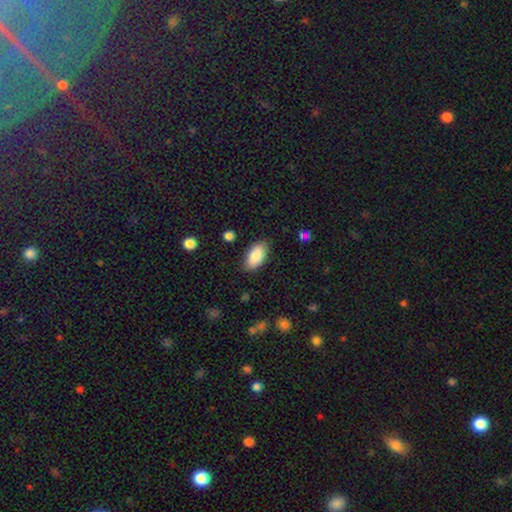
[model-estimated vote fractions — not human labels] Morphology: type=smooth (84%); roundness=in between (92%); merging=none (84%).